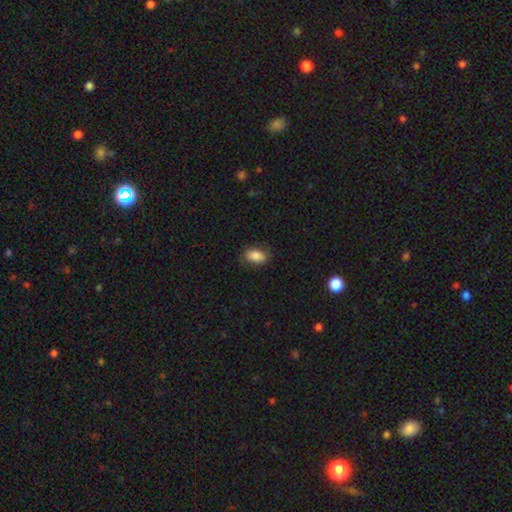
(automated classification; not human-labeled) smooth 86%, star or artifact 8%, featured or disk 6%. Down the decision tree: how rounded — in between (89%); merging — none (82%).